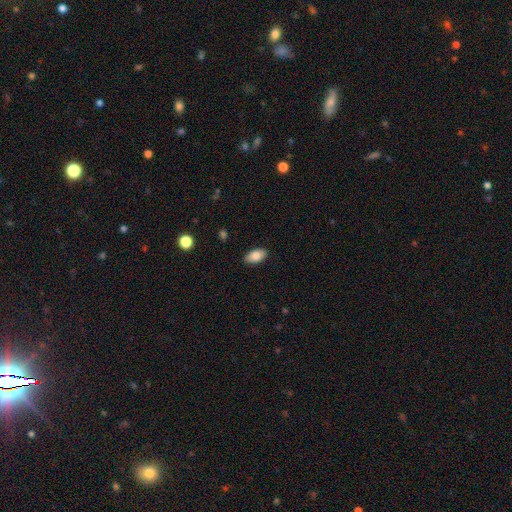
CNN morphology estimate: Smooth or featured? Predicted: smooth (p=0.85). How rounded? Predicted: in between (p=0.93). Merging? Predicted: none (p=0.88).